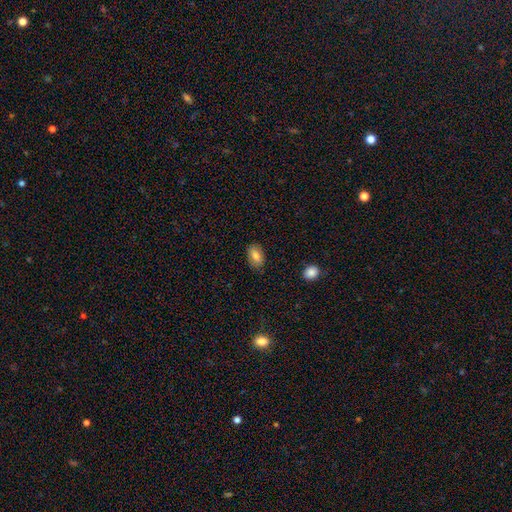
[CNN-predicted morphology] Smooth or featured?
  - smooth: 82% *
  - featured or disk: 10%
  - star or artifact: 8%
How rounded?
  - in between: 91% *
  - round: 7%
  - cigar-shaped: 2%
Merging?
  - none: 84% *
  - minor disturbance: 12%
  - major disturbance: 3%
  - merger: 1%